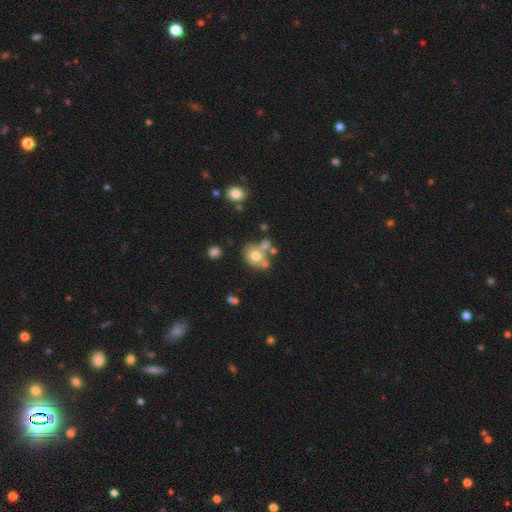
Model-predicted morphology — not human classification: This is likely a smooth galaxy (68%). How rounded: likely round (62%). Merging: possibly none (48%).